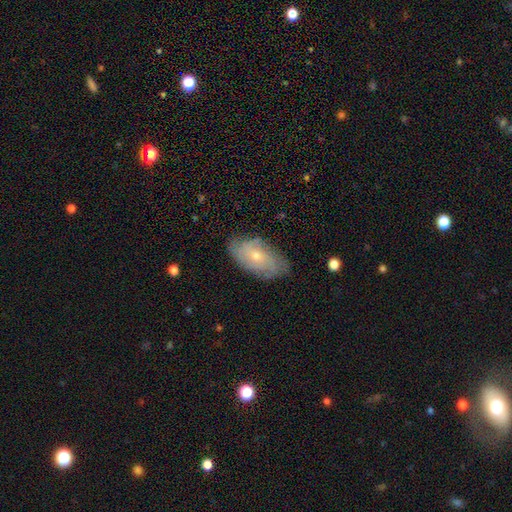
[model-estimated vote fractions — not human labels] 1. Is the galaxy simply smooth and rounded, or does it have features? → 56% featured or disk, 37% smooth, 7% star or artifact.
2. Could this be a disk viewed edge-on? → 92% no, 8% yes.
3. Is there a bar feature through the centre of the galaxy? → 77% no, 20% weak, 3% strong.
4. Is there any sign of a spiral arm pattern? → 80% yes, 20% no.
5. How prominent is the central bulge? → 61% small, 35% moderate, 2% none, 1% large, 1% dominant.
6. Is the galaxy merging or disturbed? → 74% none, 20% minor disturbance, 5% major disturbance, 1% merger.